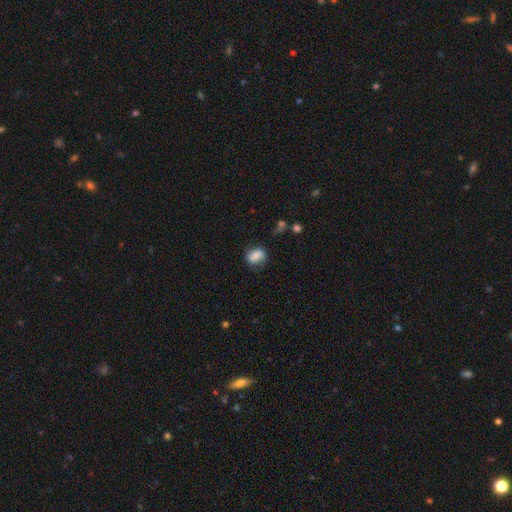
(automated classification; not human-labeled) smooth-or-featured: smooth: 61% | featured or disk: 29% | star or artifact: 10%
  how-rounded: in between: 58% | round: 40% | cigar-shaped: 2%
  merging: none: 55% | minor disturbance: 28% | major disturbance: 14% | merger: 3%